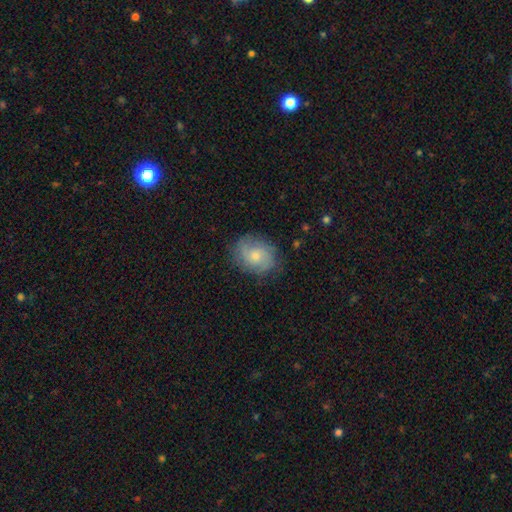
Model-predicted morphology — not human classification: The model was most divided on "smooth or featured": featured or disk: 48%, smooth: 45%, star or artifact: 8%. More confident: merging — none (76%).